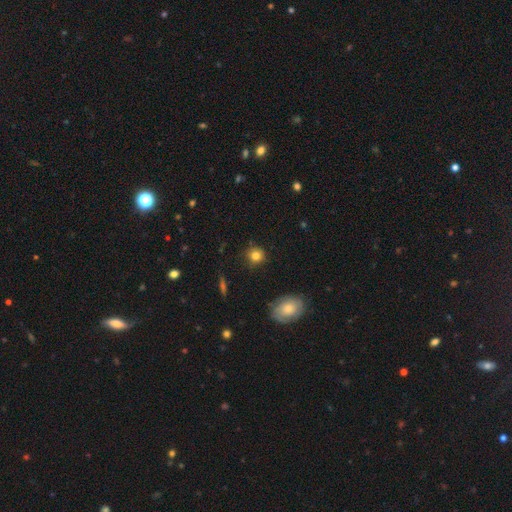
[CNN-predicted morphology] A smooth galaxy with no disk features (81%) that is round (89%).

Vote fractions:
- Smooth or featured? smooth: 81% / star or artifact: 12% / featured or disk: 8%
- How rounded? round: 89% / in between: 10% / cigar-shaped: 1%
- Merging? none: 85% / minor disturbance: 11% / major disturbance: 3% / merger: 2%